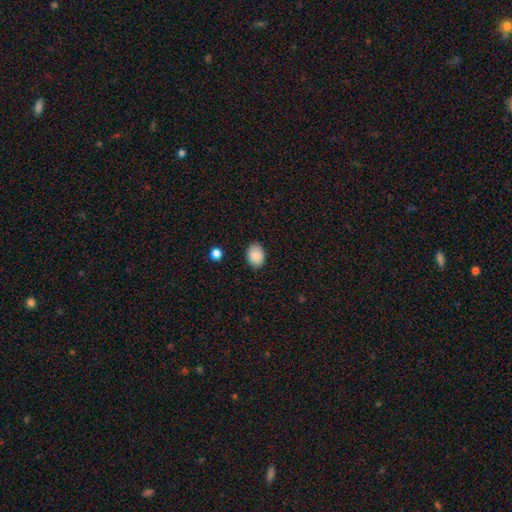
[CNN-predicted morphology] smooth-or-featured: smooth: 89% | star or artifact: 7% | featured or disk: 4%
  how-rounded: in between: 69% | round: 31% | cigar-shaped: 1%
  merging: none: 86% | minor disturbance: 11% | major disturbance: 2% | merger: 1%